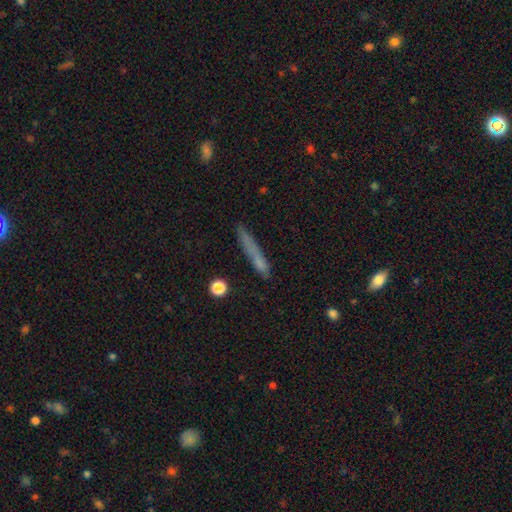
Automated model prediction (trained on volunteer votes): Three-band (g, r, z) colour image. It shows a smooth galaxy with no disk features (65%) that is cigar-shaped (93%). Merging: none (74%).